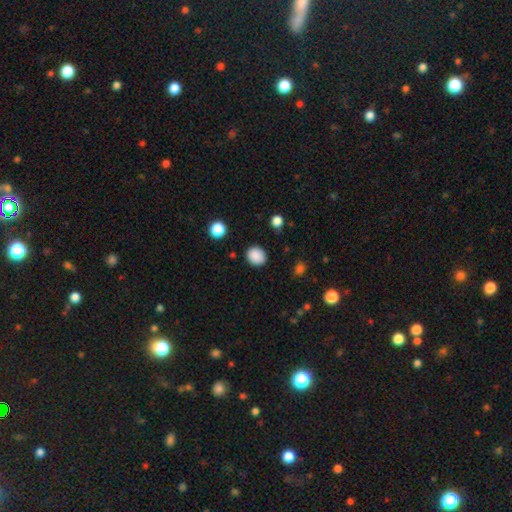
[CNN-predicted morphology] A smooth galaxy with no disk features (88%) that is round (67%).

Vote fractions:
- Smooth or featured? smooth: 88% / star or artifact: 9% / featured or disk: 3%
- How rounded? round: 67% / in between: 32% / cigar-shaped: 1%
- Merging? none: 88% / minor disturbance: 9% / major disturbance: 3% / merger: 1%